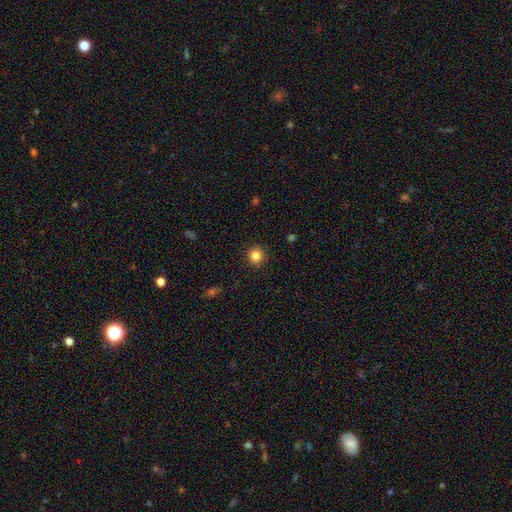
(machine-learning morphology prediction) Smooth or featured: smooth — 84% (star or artifact — 11%)
How rounded: round — 92% (in between — 7%)
Merging: none — 91% (minor disturbance — 6%)